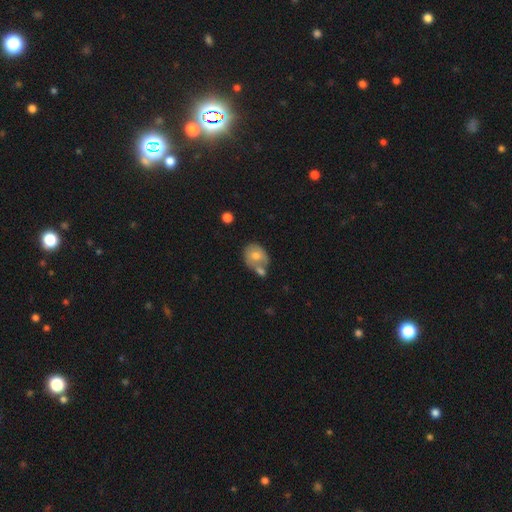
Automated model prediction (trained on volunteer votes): Smooth or featured: smooth — 66% (featured or disk — 27%)
How rounded: round — 51% (in between — 48%)
Merging: merger — 44% (none — 32%)